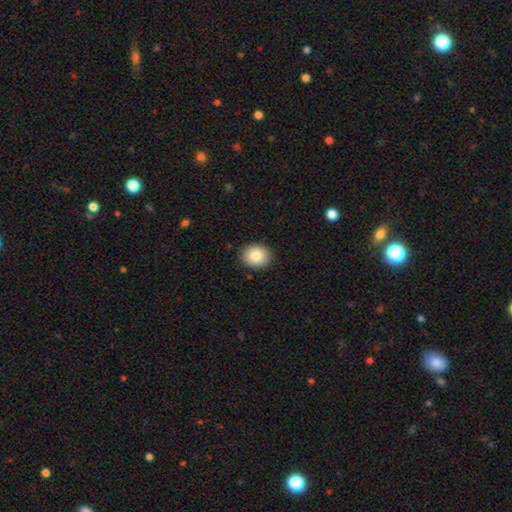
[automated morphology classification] Smooth or featured? Predicted: smooth (p=0.85). How rounded? Predicted: round (p=0.60). Merging? Predicted: none (p=0.90).